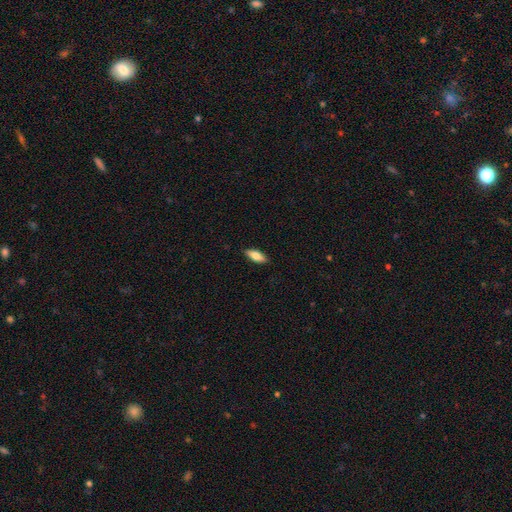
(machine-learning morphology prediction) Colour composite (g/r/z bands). It shows a smooth galaxy with no disk features (80%) that is in between round and cigar-shaped (77%). Merging: none (89%).